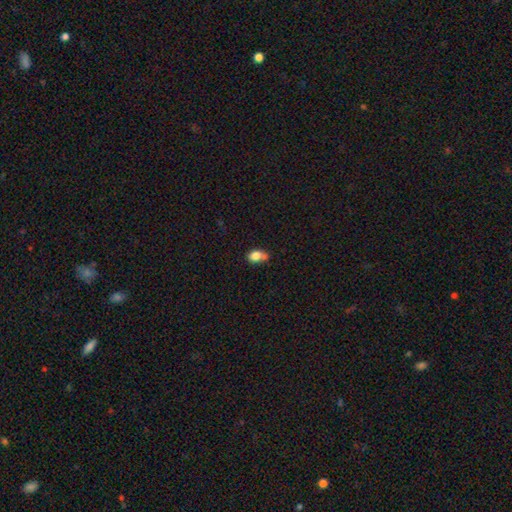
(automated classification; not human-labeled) Smooth or featured: smooth — 80% (featured or disk — 10%)
How rounded: in between — 74% (round — 24%)
Merging: none — 41% (minor disturbance — 32%)